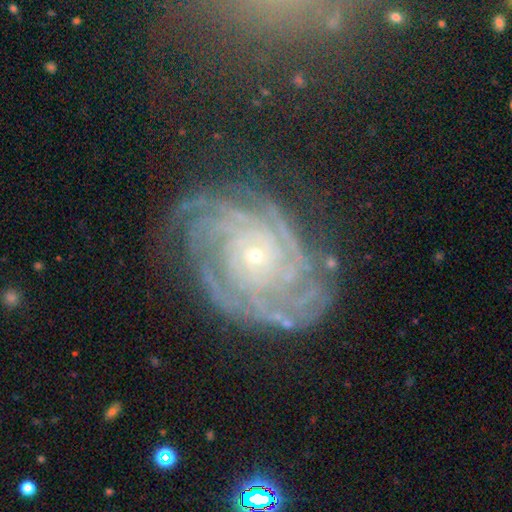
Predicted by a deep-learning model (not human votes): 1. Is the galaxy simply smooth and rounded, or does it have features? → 87% featured or disk, 8% star or artifact, 5% smooth.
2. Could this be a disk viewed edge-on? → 97% no, 3% yes.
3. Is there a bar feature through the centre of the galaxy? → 80% no, 14% weak, 6% strong.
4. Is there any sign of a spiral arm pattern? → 98% yes, 2% no.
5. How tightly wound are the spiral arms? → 79% tight, 17% medium, 3% loose.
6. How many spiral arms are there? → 25% more than 4, 22% 4, 20% can't tell, 14% 3, 11% 2, 9% 1.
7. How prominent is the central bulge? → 84% small, 12% moderate, 1% large, 1% none, 1% dominant.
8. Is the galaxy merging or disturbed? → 73% none, 17% minor disturbance, 8% major disturbance, 2% merger.